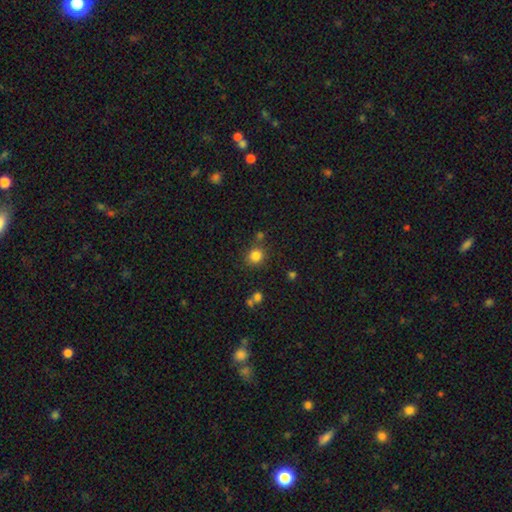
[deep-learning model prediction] Smooth or featured: smooth — 82% (star or artifact — 13%)
How rounded: round — 86% (in between — 13%)
Merging: none — 79% (minor disturbance — 10%)